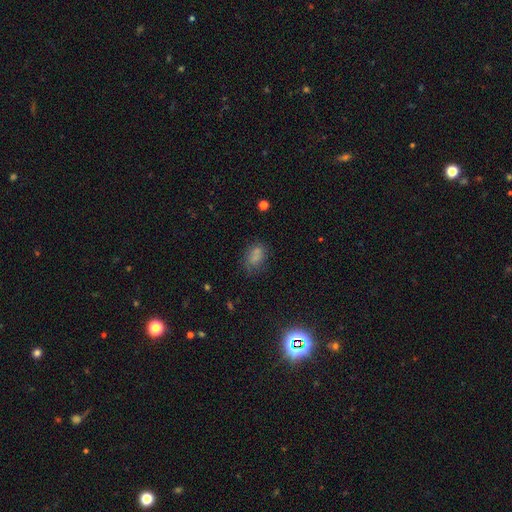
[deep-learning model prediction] Morphology: type=smooth (69%); roundness=in between (77%); merging=none (53%).